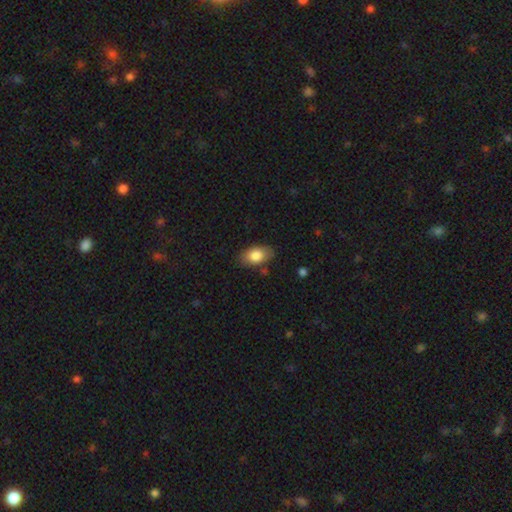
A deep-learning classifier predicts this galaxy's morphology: This appears to be a smooth galaxy with no disk features (82%) that is in between round and cigar-shaped (91%). Merging: none (80%).